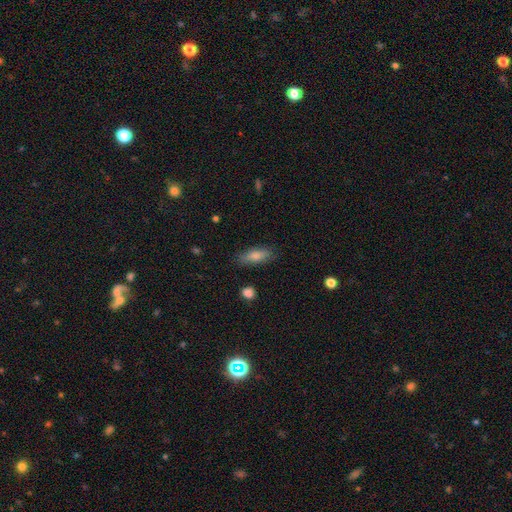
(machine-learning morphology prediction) The model was most divided on "how rounded": in between: 71%, cigar-shaped: 27%, round: 3%. More confident: merging — none (81%); smooth or featured — smooth (80%).